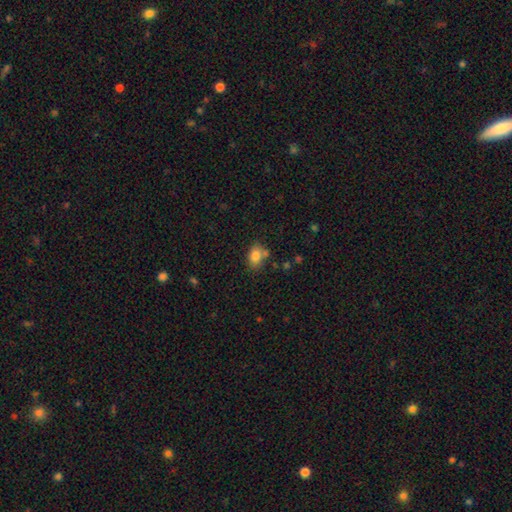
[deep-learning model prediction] smooth_or_featured: smooth (p=0.82) [alt: star or artifact p=0.09]
how_rounded: in between (p=0.75) [alt: round p=0.24]
merging: none (p=0.66) [alt: minor disturbance p=0.17]